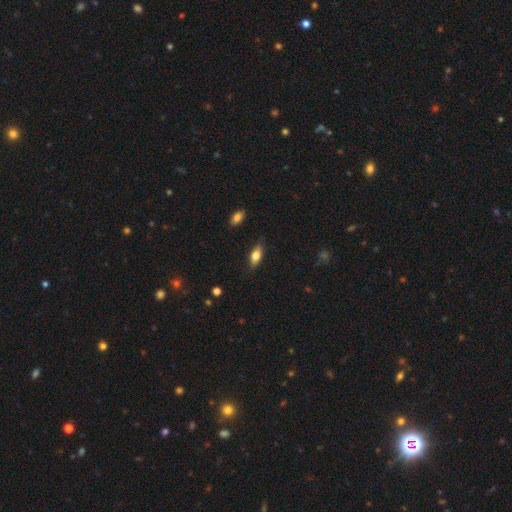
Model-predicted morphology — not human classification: smooth_or_featured: smooth (p=0.74) [alt: featured or disk p=0.19]
how_rounded: in between (p=0.81) [alt: cigar-shaped p=0.15]
merging: none (p=0.82) [alt: minor disturbance p=0.14]